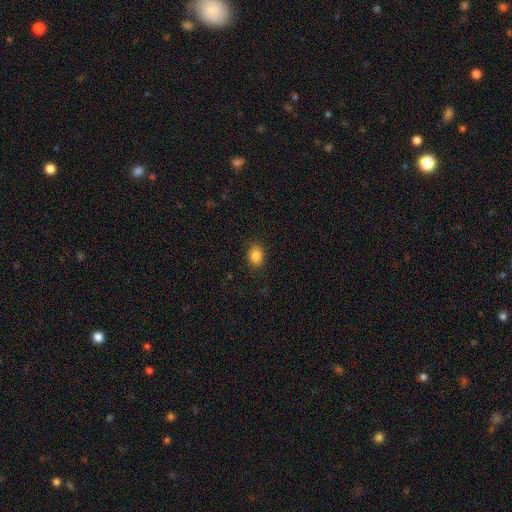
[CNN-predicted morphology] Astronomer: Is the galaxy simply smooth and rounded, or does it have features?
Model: smooth — 86%.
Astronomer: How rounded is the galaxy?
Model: in between — 57% (runner-up: round, 42%).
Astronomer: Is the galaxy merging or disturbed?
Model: none — 86%.